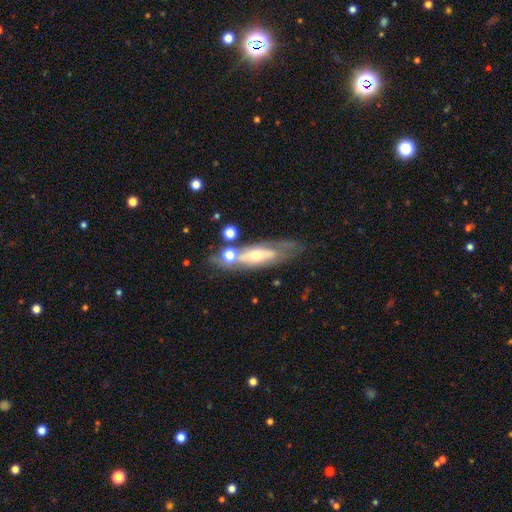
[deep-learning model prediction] A featured or disk galaxy (65%). Merging: none (57%).